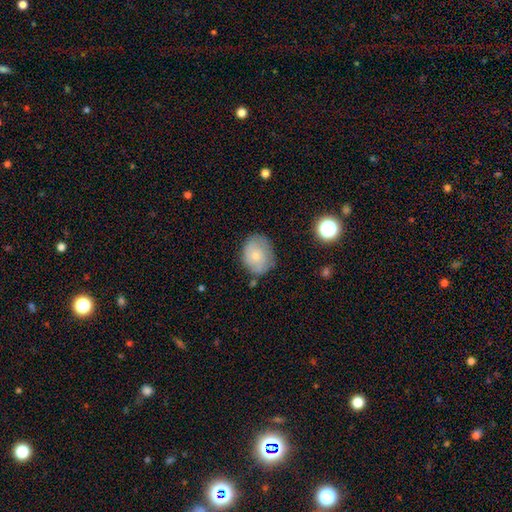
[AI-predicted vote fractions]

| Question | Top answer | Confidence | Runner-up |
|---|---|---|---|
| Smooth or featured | smooth | 69% | featured or disk (23%) |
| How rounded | in between | 50% | round (49%) |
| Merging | none | 67% | minor disturbance (24%) |